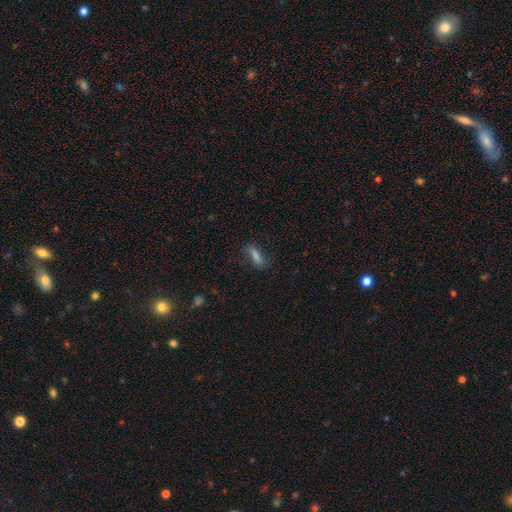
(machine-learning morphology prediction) The model was most divided on "how rounded": in between: 55%, cigar-shaped: 40%, round: 4%. More confident: merging — none (70%); smooth or featured — smooth (69%).